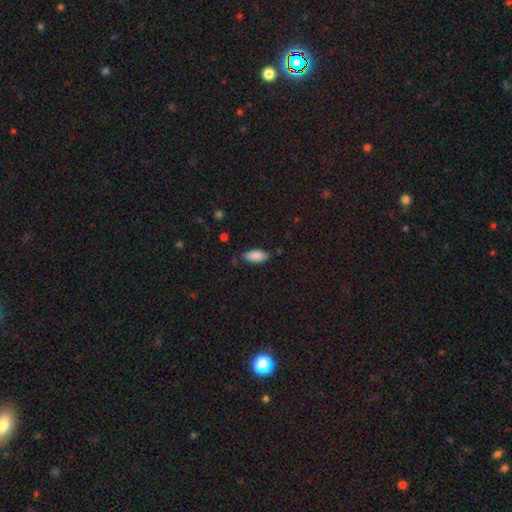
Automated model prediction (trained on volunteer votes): The model was most divided on "merging": none: 80%, minor disturbance: 15%, major disturbance: 3%, merger: 2%. More confident: smooth or featured — smooth (89%); how rounded — in between (87%).